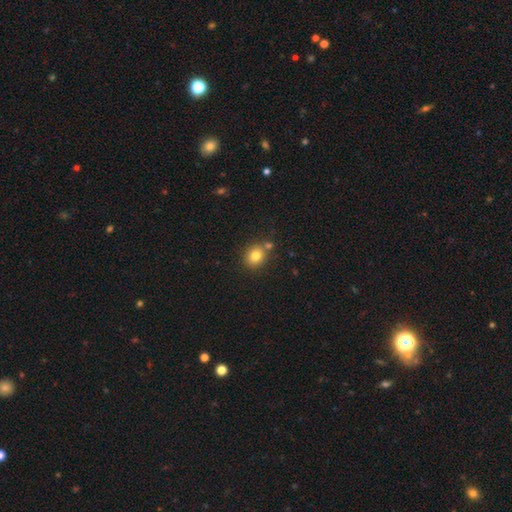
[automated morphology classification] Smooth or featured? Predicted: smooth (p=0.80). How rounded? Predicted: round (p=0.71). Merging? Predicted: none (p=0.71).